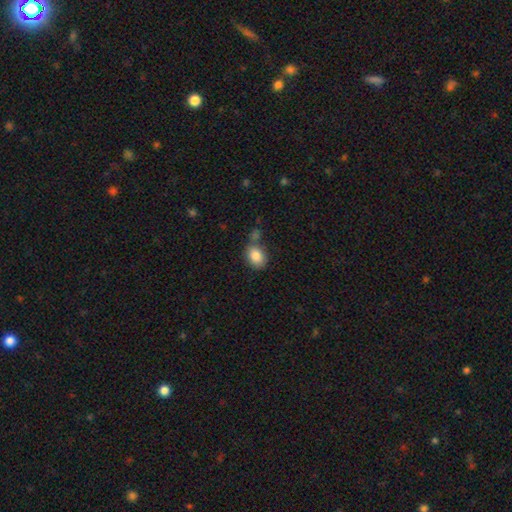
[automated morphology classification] Smooth or featured: smooth — 85% (star or artifact — 8%)
How rounded: in between — 68% (round — 31%)
Merging: none — 62% (merger — 17%)